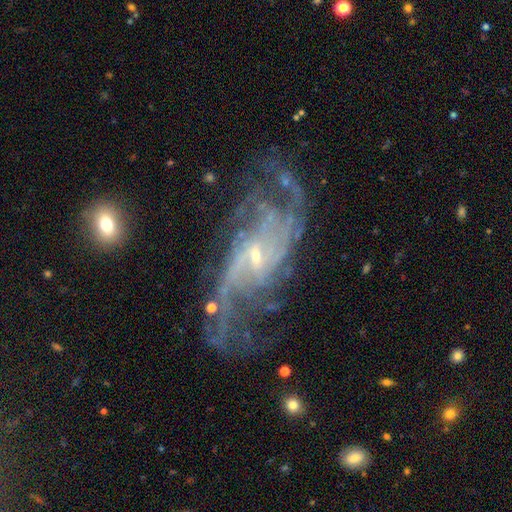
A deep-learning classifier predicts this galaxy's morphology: This is clearly a featured or disk galaxy (88%). It is clearly not viewed edge-on (94%). Bar: marginally no (43%). Spiral arm pattern: clearly yes (95%). Spiral arm count: marginally 2 (31%). Spiral winding: marginally medium (40%). Central bulge: likely small (75%). Merging: possibly none (56%).